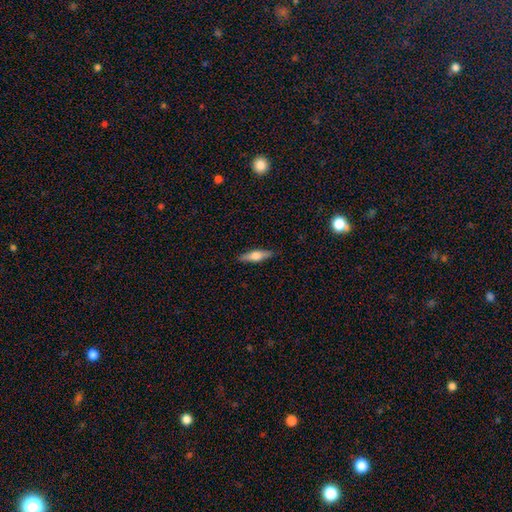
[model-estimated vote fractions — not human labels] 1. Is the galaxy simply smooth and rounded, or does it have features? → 52% smooth, 43% featured or disk, 6% star or artifact.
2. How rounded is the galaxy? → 64% cigar-shaped, 33% in between, 2% round.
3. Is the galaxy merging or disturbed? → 89% none, 8% minor disturbance, 2% major disturbance, 1% merger.